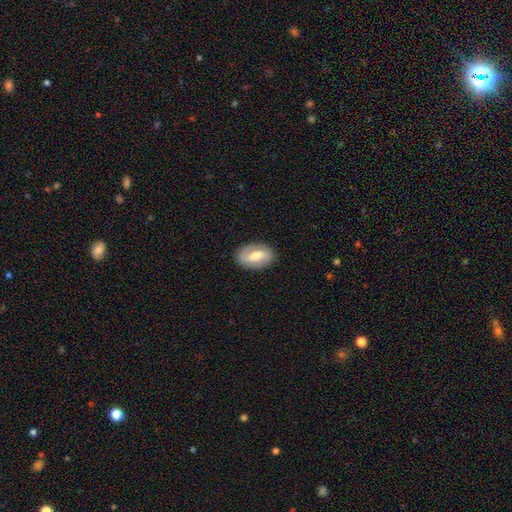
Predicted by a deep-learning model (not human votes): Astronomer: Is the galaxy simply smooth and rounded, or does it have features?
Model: featured or disk — 60%.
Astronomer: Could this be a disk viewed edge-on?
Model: no — 93%.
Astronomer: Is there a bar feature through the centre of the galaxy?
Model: weak — 43% (runner-up: strong, 37%).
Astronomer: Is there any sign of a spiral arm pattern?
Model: yes — 71%.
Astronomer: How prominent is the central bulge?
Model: moderate — 65%.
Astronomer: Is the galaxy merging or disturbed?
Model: none — 85%.